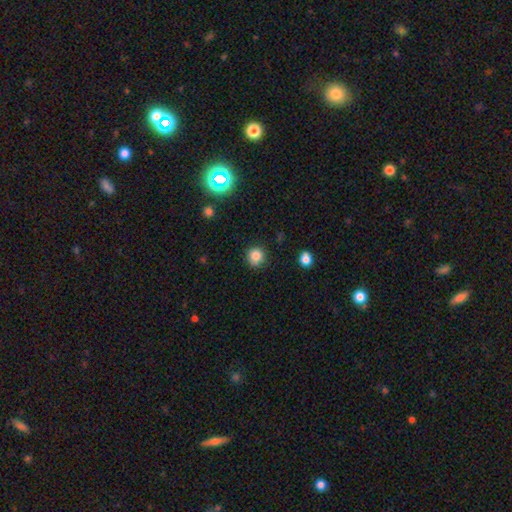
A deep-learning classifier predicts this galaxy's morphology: Smooth or featured? Predicted: smooth (p=0.83). How rounded? Predicted: round (p=0.91). Merging? Predicted: none (p=0.85).